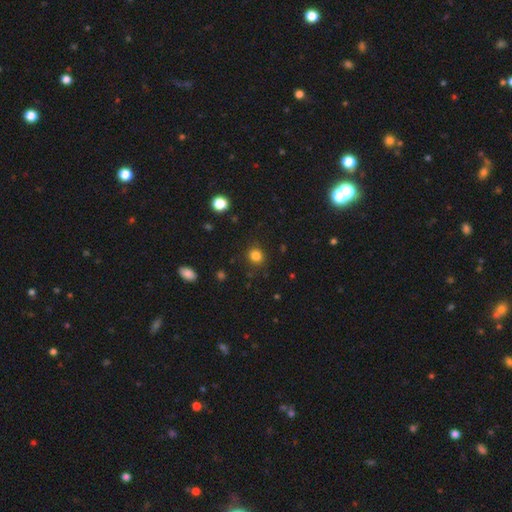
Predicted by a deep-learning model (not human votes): A smooth galaxy with no disk features (83%) that is round (78%).

Vote fractions:
- Smooth or featured? smooth: 83% / star or artifact: 13% / featured or disk: 4%
- How rounded? round: 78% / in between: 21% / cigar-shaped: 1%
- Merging? none: 86% / minor disturbance: 9% / major disturbance: 3% / merger: 1%